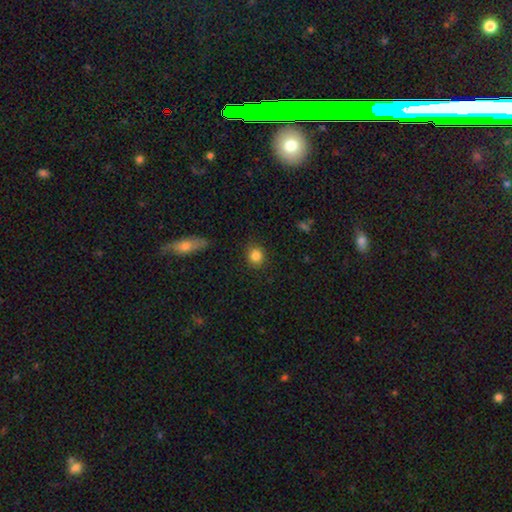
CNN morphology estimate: smooth-or-featured: smooth: 85% | star or artifact: 10% | featured or disk: 5%
  how-rounded: round: 78% | in between: 21% | cigar-shaped: 1%
  merging: none: 87% | minor disturbance: 9% | major disturbance: 3% | merger: 1%